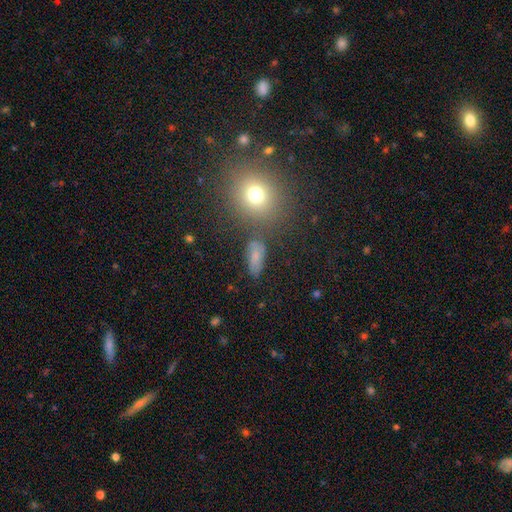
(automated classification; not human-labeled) Smooth or featured? smooth (63%)
How rounded? in between (74%)
Merging? none (70%)